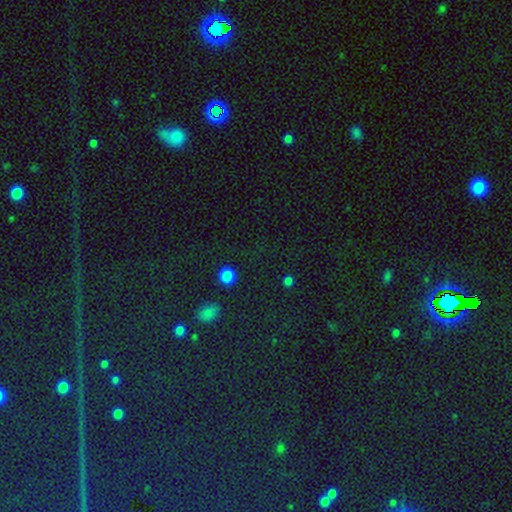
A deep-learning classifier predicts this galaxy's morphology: A star or artifact, not a galaxy (77%).